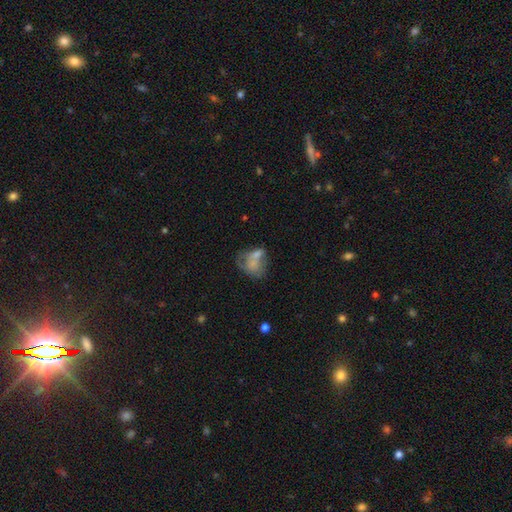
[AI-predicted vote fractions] smooth_or_featured: smooth (p=0.52) [alt: featured or disk p=0.34]
how_rounded: in between (p=0.63) [alt: round p=0.35]
merging: merger (p=0.34) [alt: none p=0.28]